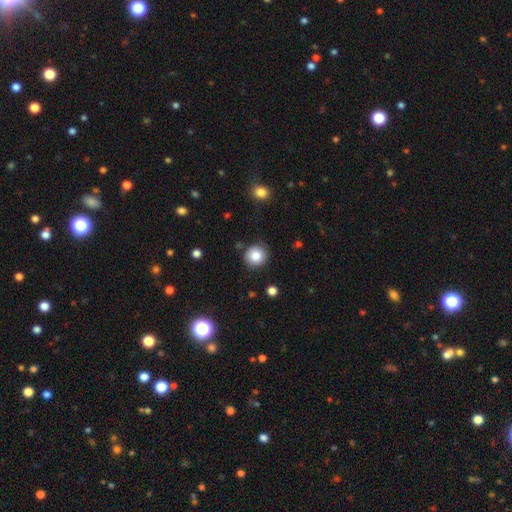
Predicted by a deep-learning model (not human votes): Smooth or featured? smooth (84%)
How rounded? round (92%)
Merging? none (87%)